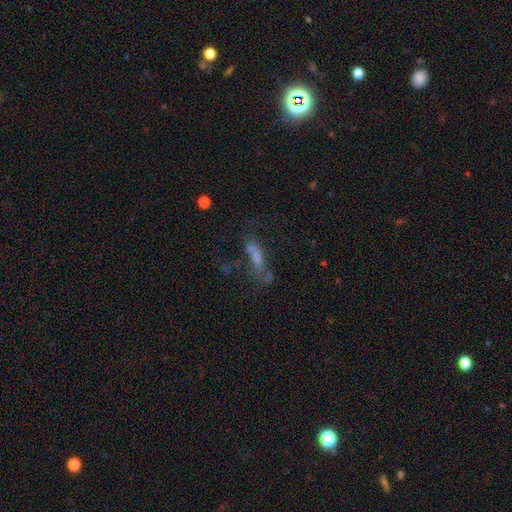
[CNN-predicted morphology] Smooth or featured: smooth — 50% (featured or disk — 33%)
How rounded: cigar-shaped — 60% (in between — 36%)
Merging: none — 36% (major disturbance — 26%)